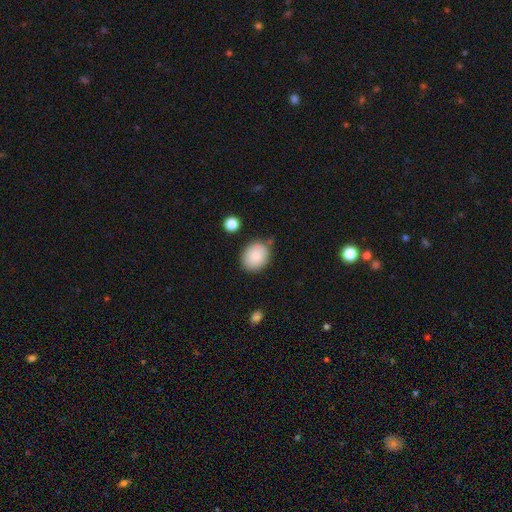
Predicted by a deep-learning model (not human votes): Morphology: type=smooth (85%); roundness=round (55%); merging=none (79%).